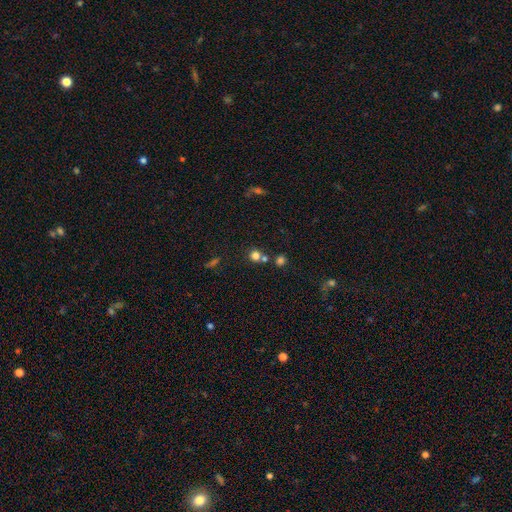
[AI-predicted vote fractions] A smooth galaxy with no disk features (75%) that is round (87%). Merging: none (58%).